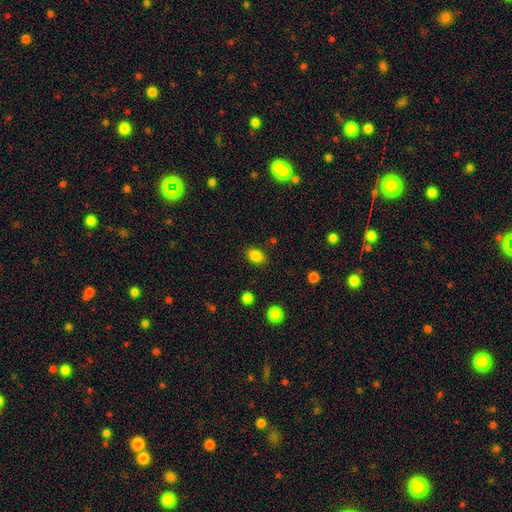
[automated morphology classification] A smooth galaxy with no disk features (85%) that is in between round and cigar-shaped (76%). Merging: none (85%).